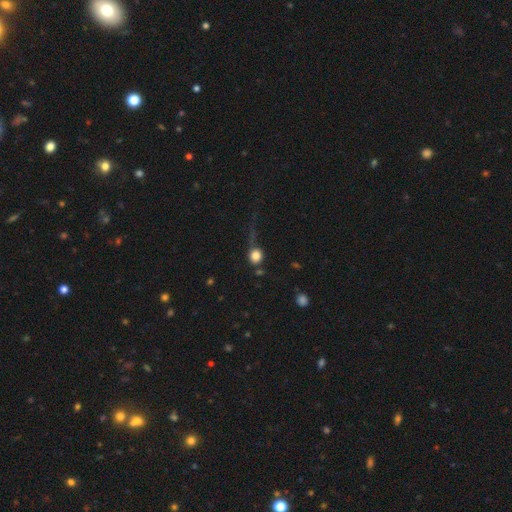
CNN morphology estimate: A smooth galaxy with no disk features (81%) that is round (87%).

Vote fractions:
- Smooth or featured? smooth: 81% / star or artifact: 11% / featured or disk: 8%
- How rounded? round: 87% / in between: 11% / cigar-shaped: 1%
- Merging? none: 53% / major disturbance: 20% / minor disturbance: 19% / merger: 8%